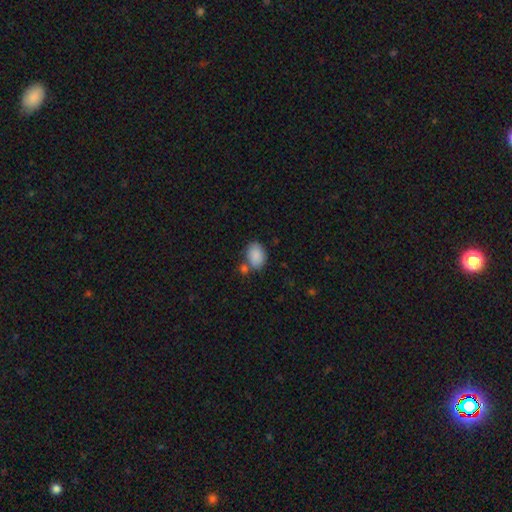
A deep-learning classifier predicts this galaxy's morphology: This is clearly a smooth galaxy (88%). How rounded: clearly in between (81%). Merging: likely none (63%).